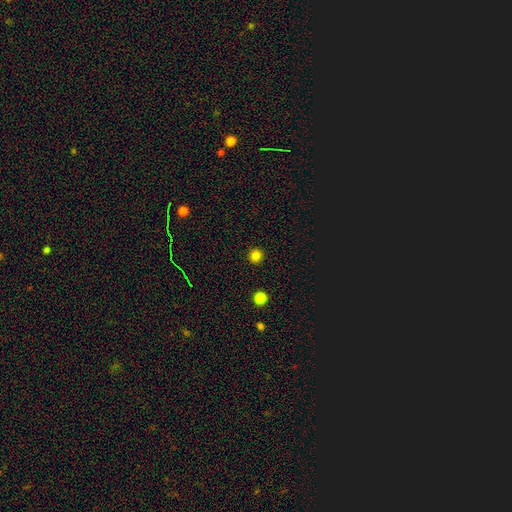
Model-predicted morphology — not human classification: The model was most divided on "smooth or featured": smooth: 82%, star or artifact: 14%, featured or disk: 4%. More confident: how rounded — round (94%); merging — none (93%).